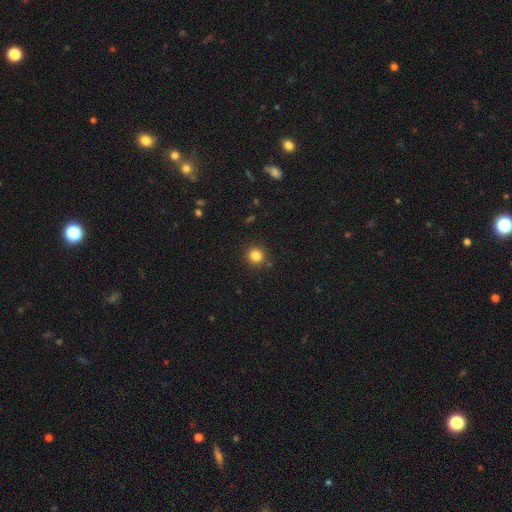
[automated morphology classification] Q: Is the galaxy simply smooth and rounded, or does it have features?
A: smooth — 83%.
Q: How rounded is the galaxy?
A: round — 94%.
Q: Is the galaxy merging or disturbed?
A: none — 90%.